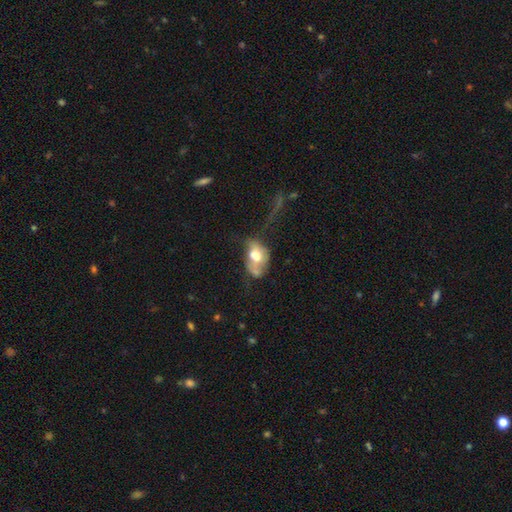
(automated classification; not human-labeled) Smooth or featured? smooth (52%)
How rounded? in between (78%)
Merging? major disturbance (34%)